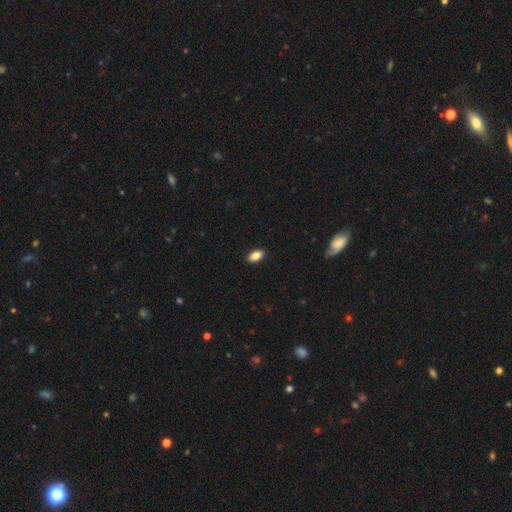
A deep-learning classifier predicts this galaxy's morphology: Smooth or featured?
  - smooth: 86% *
  - star or artifact: 8%
  - featured or disk: 6%
How rounded?
  - in between: 92% *
  - round: 5%
  - cigar-shaped: 4%
Merging?
  - none: 90% *
  - minor disturbance: 7%
  - major disturbance: 2%
  - merger: 1%